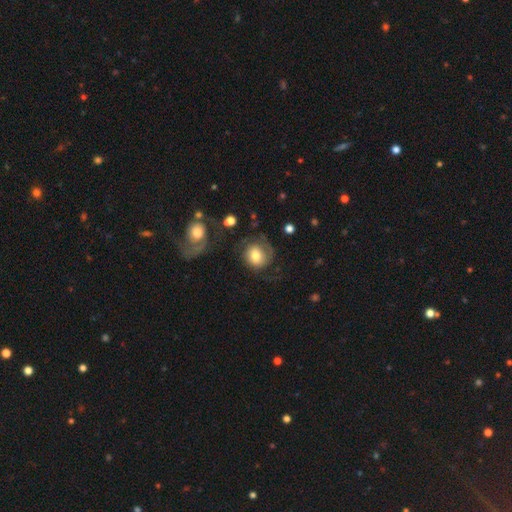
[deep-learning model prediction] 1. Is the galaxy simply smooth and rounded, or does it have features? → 56% smooth, 37% featured or disk, 8% star or artifact.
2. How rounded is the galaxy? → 77% round, 22% in between, 1% cigar-shaped.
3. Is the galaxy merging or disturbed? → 50% none, 24% major disturbance, 21% minor disturbance, 5% merger.